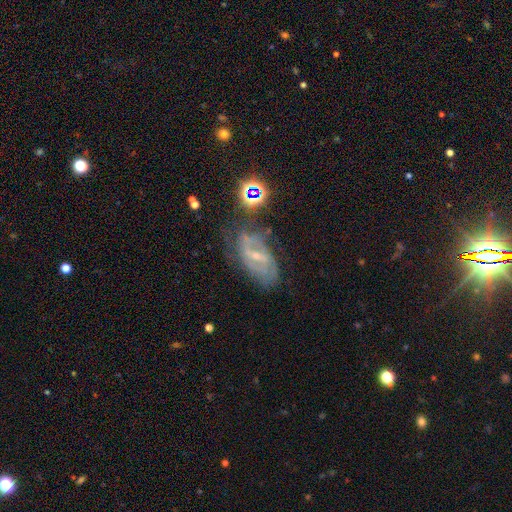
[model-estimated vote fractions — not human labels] This appears to be a featured or disk galaxy (73%) with a weak bar (47%), 2 (49%) medium (42%) spiral arms (84%) and a small central bulge (70%). Merging: none (58%).